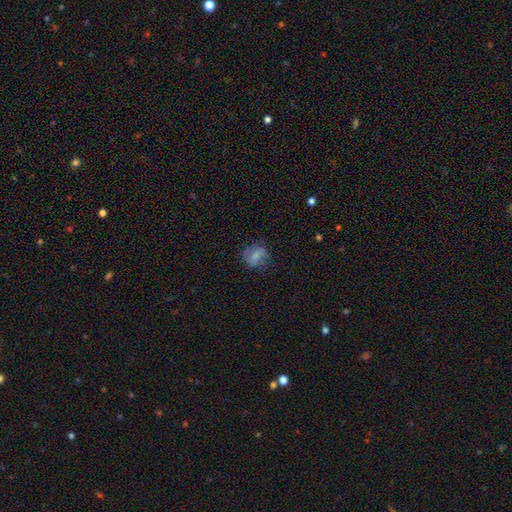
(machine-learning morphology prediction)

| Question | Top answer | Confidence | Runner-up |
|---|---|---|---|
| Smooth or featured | smooth | 64% | featured or disk (26%) |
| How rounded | round | 62% | in between (36%) |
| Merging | none | 66% | minor disturbance (22%) |